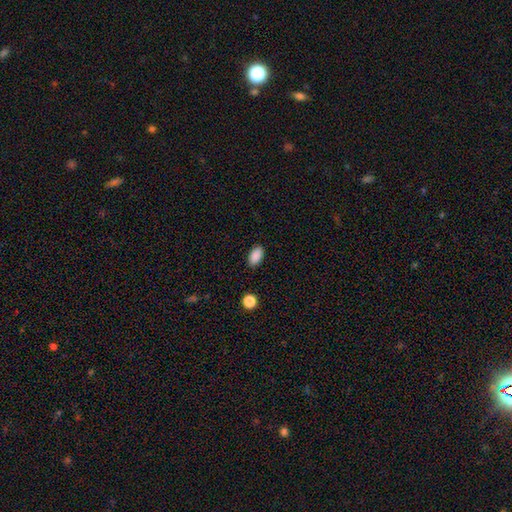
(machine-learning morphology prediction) This appears to be a smooth galaxy with no disk features (89%) that is in between round and cigar-shaped (93%). Merging: none (88%).